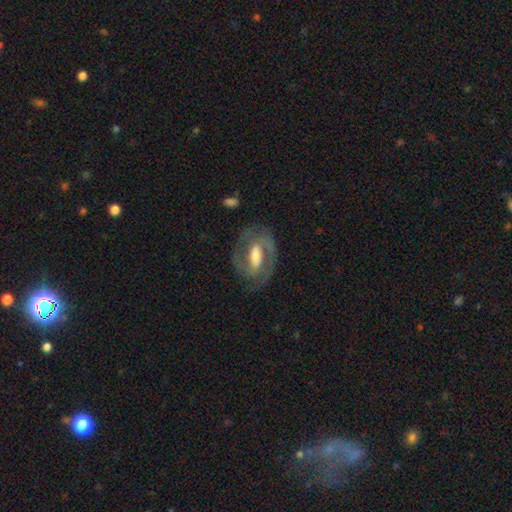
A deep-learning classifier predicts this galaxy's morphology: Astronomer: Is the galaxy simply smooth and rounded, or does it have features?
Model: featured or disk — 79%.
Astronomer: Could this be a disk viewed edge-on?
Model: no — 95%.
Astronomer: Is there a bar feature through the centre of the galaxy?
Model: strong — 42% (runner-up: weak, 39%).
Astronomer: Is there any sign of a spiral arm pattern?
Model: yes — 86%.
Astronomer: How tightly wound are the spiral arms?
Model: medium — 46% (runner-up: tight, 43%).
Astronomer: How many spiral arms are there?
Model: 2 — 84%.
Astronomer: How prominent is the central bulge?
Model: moderate — 48% (runner-up: large, 26%).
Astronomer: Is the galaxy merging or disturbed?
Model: none — 75%.